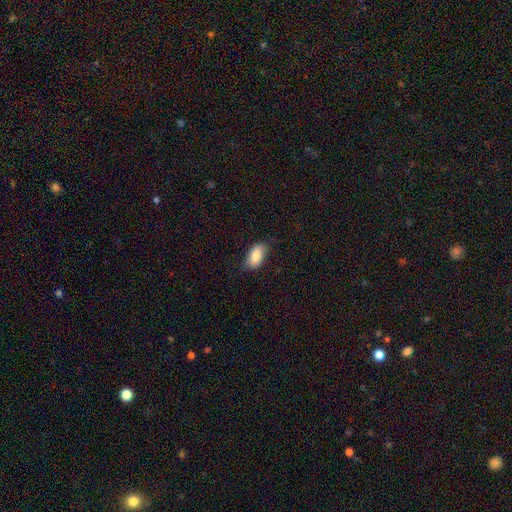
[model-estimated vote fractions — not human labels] Smooth or featured: smooth — 84% (featured or disk — 10%)
How rounded: in between — 92% (cigar-shaped — 5%)
Merging: none — 76% (minor disturbance — 19%)